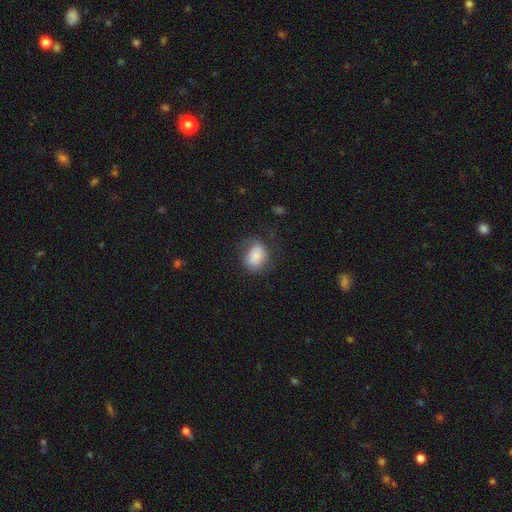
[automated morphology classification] smooth 66%, featured or disk 25%, star or artifact 8%. Down the decision tree: how rounded — in between (54%); merging — none (58%).